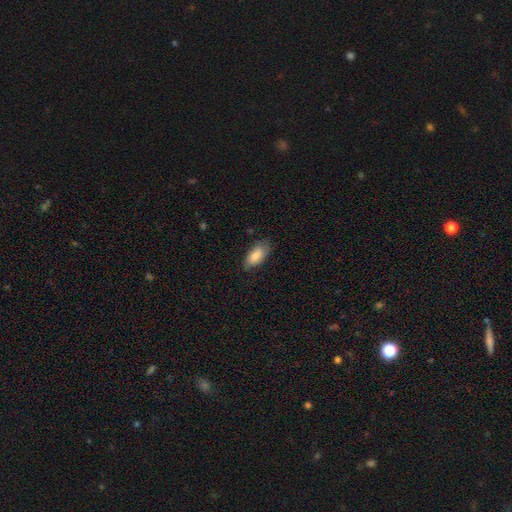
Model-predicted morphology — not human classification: This appears to be a smooth galaxy with no disk features (81%) that is in between round and cigar-shaped (91%). Merging: none (71%).